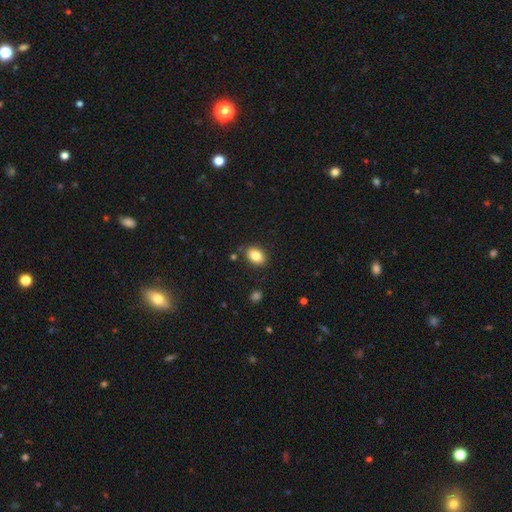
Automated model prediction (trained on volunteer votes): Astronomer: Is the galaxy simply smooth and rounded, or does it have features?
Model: smooth — 84%.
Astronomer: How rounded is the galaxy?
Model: in between — 81%.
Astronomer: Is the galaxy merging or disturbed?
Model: none — 84%.